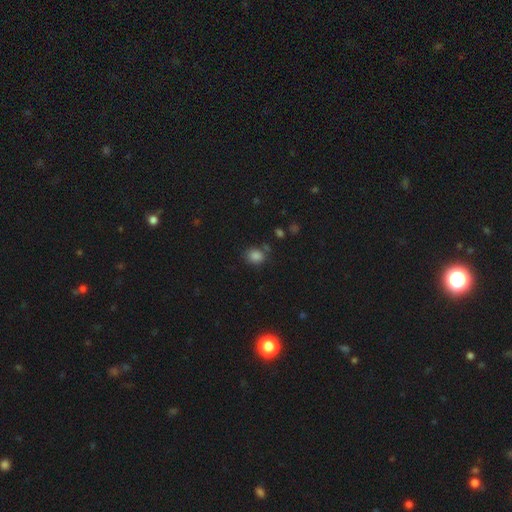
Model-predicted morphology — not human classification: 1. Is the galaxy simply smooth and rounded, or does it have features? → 83% smooth, 13% star or artifact, 5% featured or disk.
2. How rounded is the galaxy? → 55% round, 44% in between, 1% cigar-shaped.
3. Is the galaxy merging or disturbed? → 73% none, 15% minor disturbance, 7% merger, 5% major disturbance.